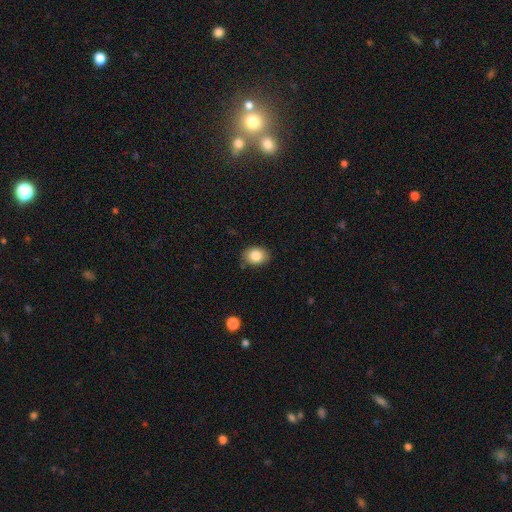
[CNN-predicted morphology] Smooth or featured? Predicted: smooth (p=0.84). How rounded? Predicted: in between (p=0.62). Merging? Predicted: none (p=0.83).